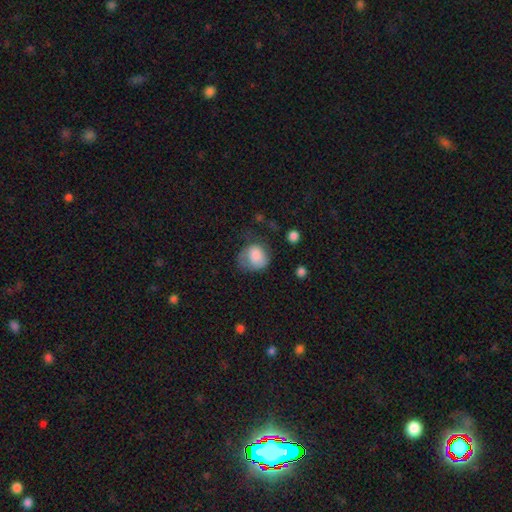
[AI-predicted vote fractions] This appears to be a smooth galaxy with no disk features (79%) that is round (62%). Merging: none (36%).